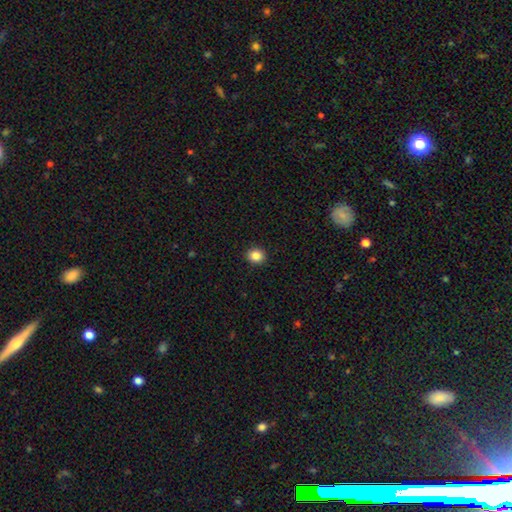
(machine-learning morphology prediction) This is clearly a smooth galaxy (86%). How rounded: likely round (72%). Merging: clearly none (92%).